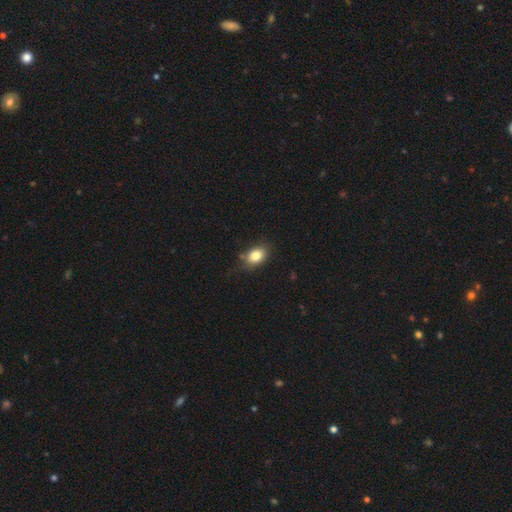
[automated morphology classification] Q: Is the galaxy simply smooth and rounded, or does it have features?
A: smooth — 83%.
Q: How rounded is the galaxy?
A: in between — 75%.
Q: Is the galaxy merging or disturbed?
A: none — 74%.